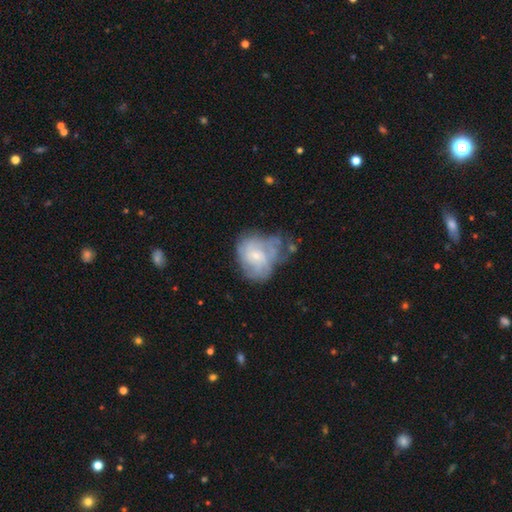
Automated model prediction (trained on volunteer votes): Smooth or featured? featured or disk (67%)
Edge-on disk? no (98%)
Bar? no (73%)
Spiral arms? yes (76%)
Bulge size? small (74%)
Merging? none (35%)